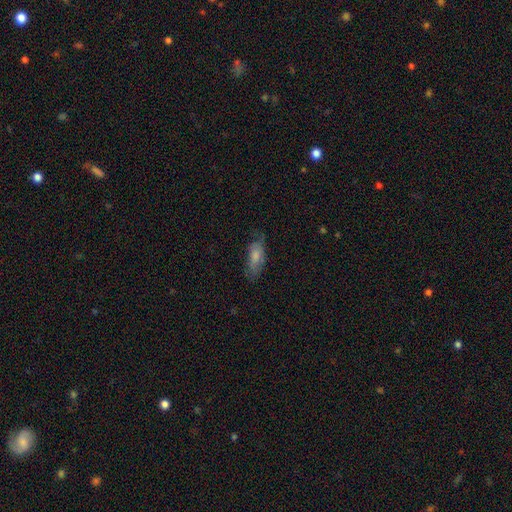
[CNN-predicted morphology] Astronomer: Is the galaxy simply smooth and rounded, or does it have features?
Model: smooth — 68%.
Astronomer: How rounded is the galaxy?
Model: in between — 77%.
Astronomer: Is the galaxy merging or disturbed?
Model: none — 61%.